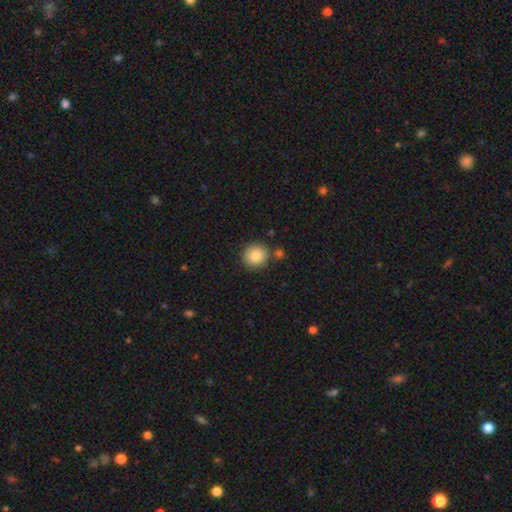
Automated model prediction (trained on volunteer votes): A smooth galaxy with no disk features (86%) that is round (89%).

Vote fractions:
- Smooth or featured? smooth: 86% / star or artifact: 9% / featured or disk: 5%
- How rounded? round: 89% / in between: 10% / cigar-shaped: 1%
- Merging? none: 82% / minor disturbance: 9% / merger: 7% / major disturbance: 3%